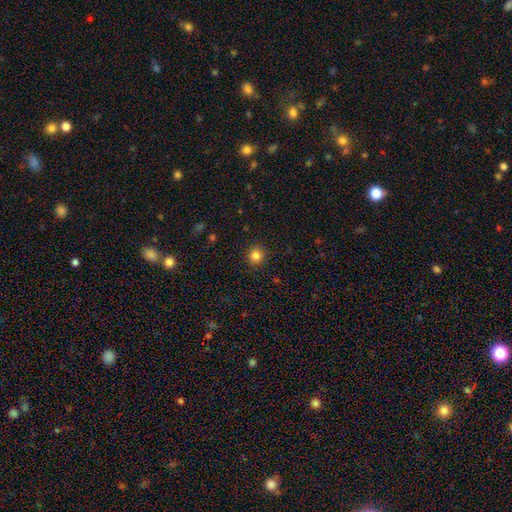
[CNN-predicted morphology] Smooth or featured? smooth (83%)
How rounded? round (92%)
Merging? none (92%)